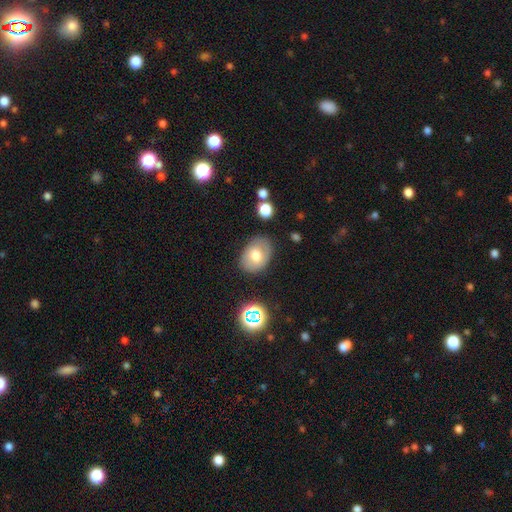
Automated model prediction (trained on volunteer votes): Q: Smooth or featured?
A: smooth (68%); runner-up: featured or disk (22%)
Q: How rounded?
A: in between (74%); runner-up: round (25%)
Q: Merging?
A: none (79%); runner-up: minor disturbance (15%)